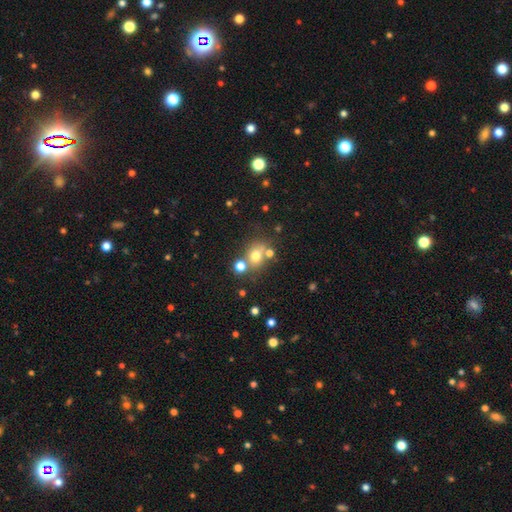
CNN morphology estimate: Smooth or featured? smooth (66%)
How rounded? round (69%)
Merging? none (59%)